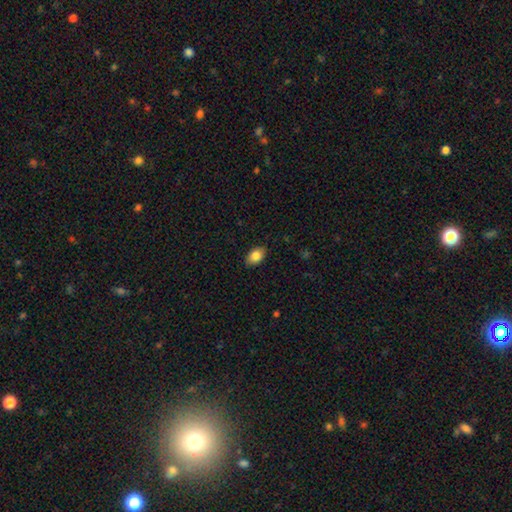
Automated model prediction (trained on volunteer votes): Smooth or featured? Predicted: smooth (p=0.84). How rounded? Predicted: in between (p=0.87). Merging? Predicted: none (p=0.87).